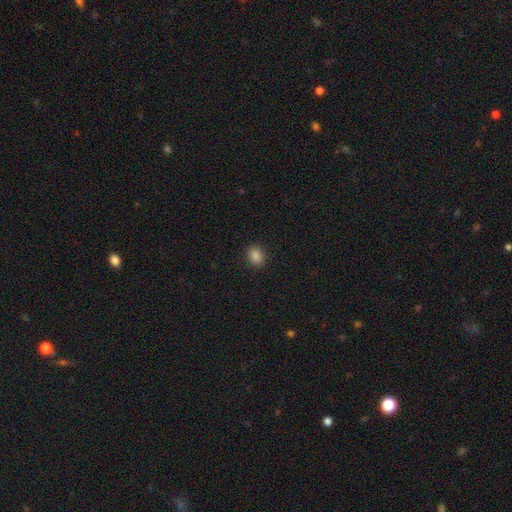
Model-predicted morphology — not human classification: A smooth galaxy with no disk features (86%) that is in between round and cigar-shaped (58%). Merging: none (89%).